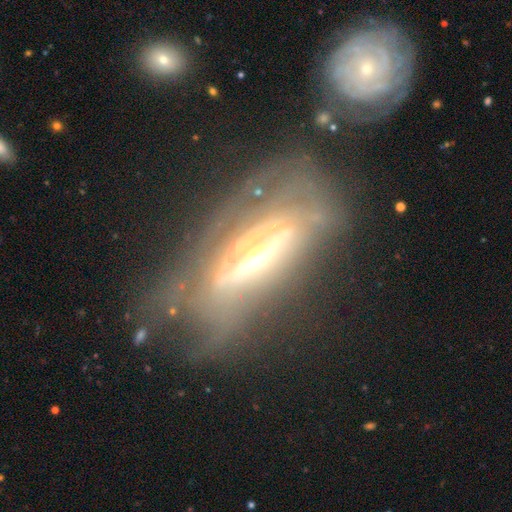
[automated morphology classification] Smooth or featured?
  - featured or disk: 81% *
  - smooth: 13%
  - star or artifact: 7%
Edge-on disk?
  - no: 63% *
  - yes: 37%
Bar?
  - strong: 39% *
  - no: 37%
  - weak: 24%
Spiral arms?
  - yes: 51% *
  - no: 49%
Bulge size?
  - moderate: 52% *
  - small: 36%
  - large: 8%
  - dominant: 2%
  - none: 2%
Merging?
  - none: 46% *
  - major disturbance: 27%
  - minor disturbance: 21%
  - merger: 6%